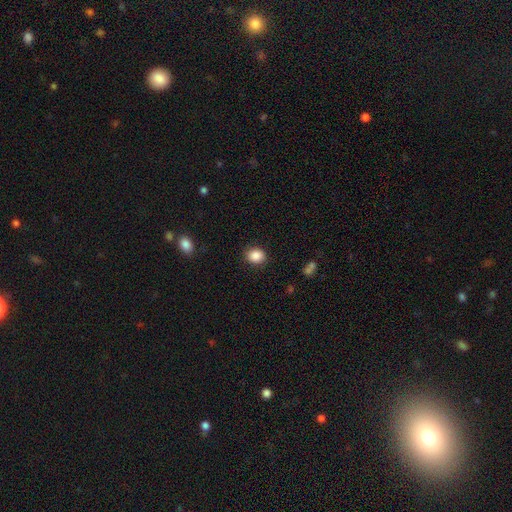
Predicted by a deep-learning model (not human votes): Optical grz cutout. It shows a smooth galaxy with no disk features (87%) that is round (65%). Merging: none (86%).